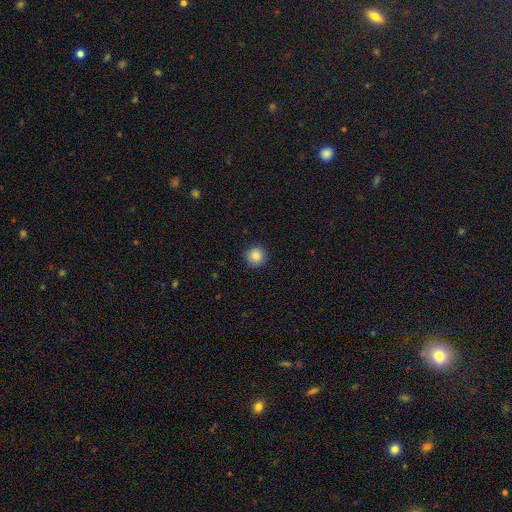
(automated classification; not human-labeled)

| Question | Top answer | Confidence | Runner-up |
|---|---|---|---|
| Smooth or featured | smooth | 86% | star or artifact (10%) |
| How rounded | round | 95% | in between (4%) |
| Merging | none | 92% | minor disturbance (5%) |